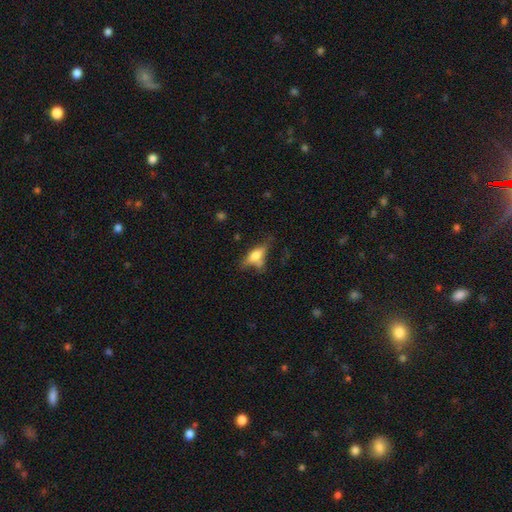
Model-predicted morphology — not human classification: Q: Smooth or featured?
A: smooth (58%); runner-up: featured or disk (32%)
Q: How rounded?
A: in between (61%); runner-up: cigar-shaped (35%)
Q: Merging?
A: none (46%); runner-up: minor disturbance (25%)